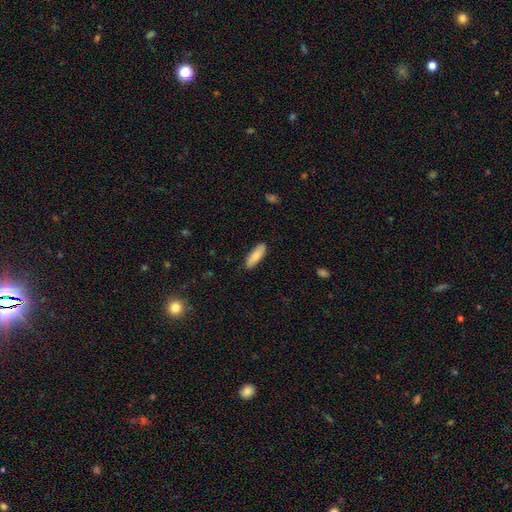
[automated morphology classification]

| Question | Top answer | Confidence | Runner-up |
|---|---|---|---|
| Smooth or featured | smooth | 81% | featured or disk (13%) |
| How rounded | in between | 55% | cigar-shaped (43%) |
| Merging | none | 88% | minor disturbance (10%) |